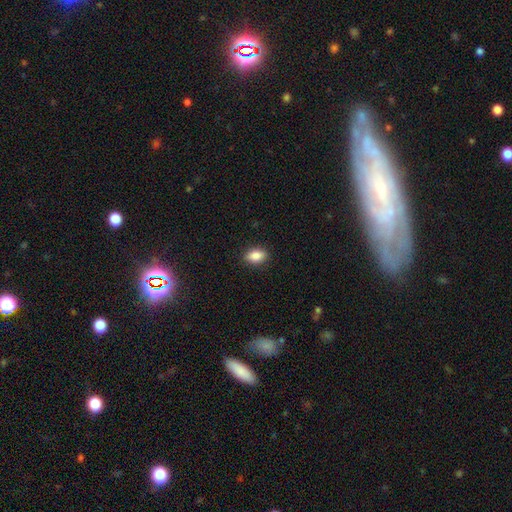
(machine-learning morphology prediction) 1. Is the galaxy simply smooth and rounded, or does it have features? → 86% smooth, 8% star or artifact, 6% featured or disk.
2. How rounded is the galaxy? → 85% in between, 12% round, 3% cigar-shaped.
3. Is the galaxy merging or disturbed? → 89% none, 8% minor disturbance, 2% major disturbance, 1% merger.